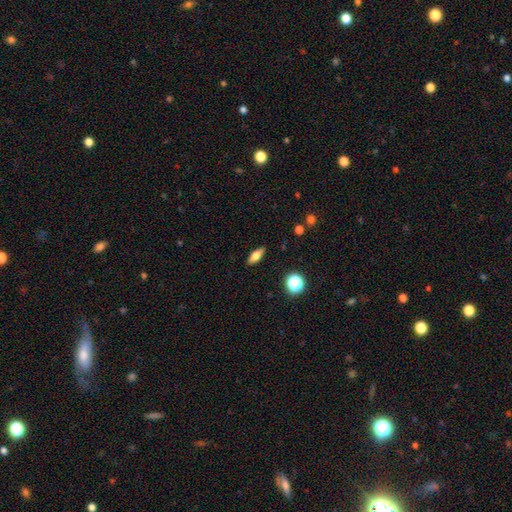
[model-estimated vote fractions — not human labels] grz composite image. It shows a smooth galaxy with no disk features (63%) that is in between round and cigar-shaped (69%). Merging: none (87%).